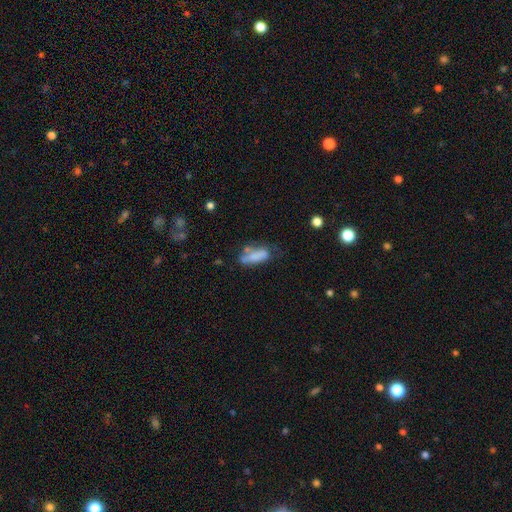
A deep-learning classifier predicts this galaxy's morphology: Smooth or featured?
  - smooth: 70% *
  - featured or disk: 21%
  - star or artifact: 10%
How rounded?
  - in between: 62% *
  - cigar-shaped: 35%
  - round: 3%
Merging?
  - none: 39% *
  - minor disturbance: 29%
  - major disturbance: 18%
  - merger: 14%